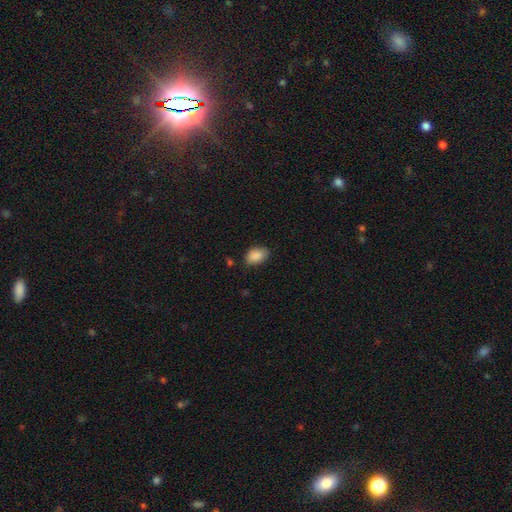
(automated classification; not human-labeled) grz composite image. It shows a smooth galaxy with no disk features (89%) that is in between round and cigar-shaped (87%). Merging: none (75%).